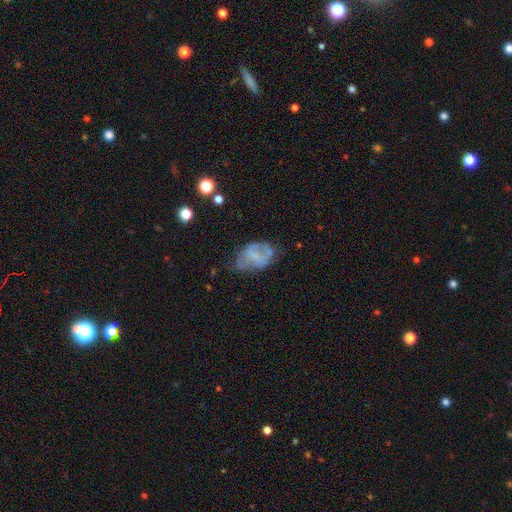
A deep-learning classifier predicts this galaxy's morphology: smooth-or-featured: smooth: 46% | featured or disk: 43% | star or artifact: 11%
  merging: none: 37% | minor disturbance: 33% | major disturbance: 25% | merger: 5%